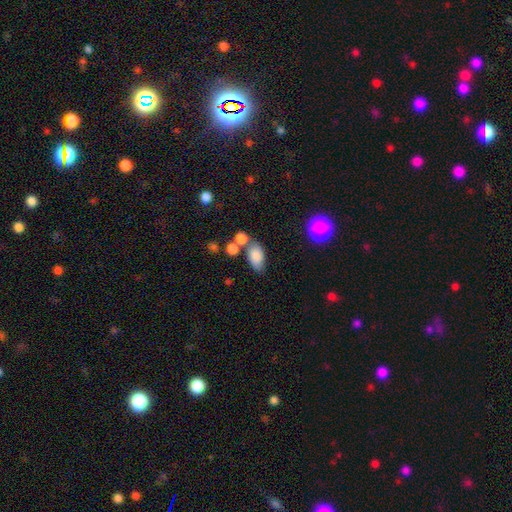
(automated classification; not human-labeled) This is clearly a smooth galaxy (81%). How rounded: clearly in between (88%). Merging: possibly none (48%).